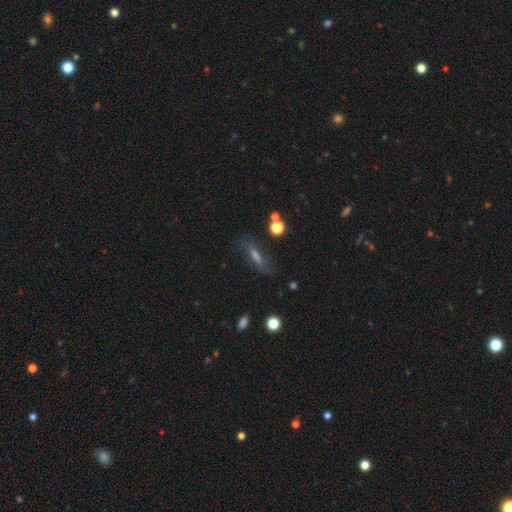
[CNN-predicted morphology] smooth_or_featured: featured or disk (p=0.42) [alt: smooth p=0.40]
merging: none (p=0.67) [alt: minor disturbance p=0.19]